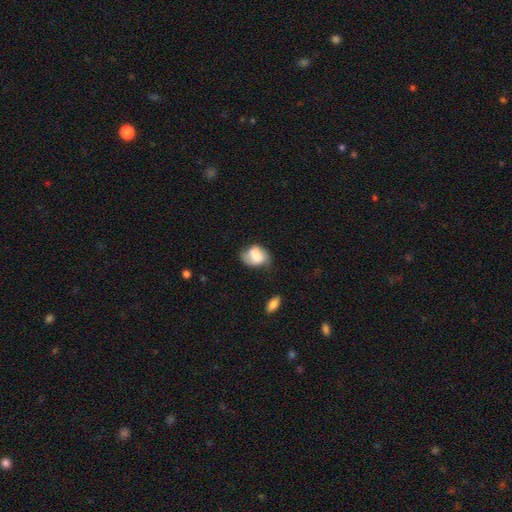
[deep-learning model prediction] The model was most divided on "merging": none: 46%, minor disturbance: 36%, major disturbance: 13%, merger: 4%. More confident: how rounded — in between (68%); smooth or featured — smooth (67%).